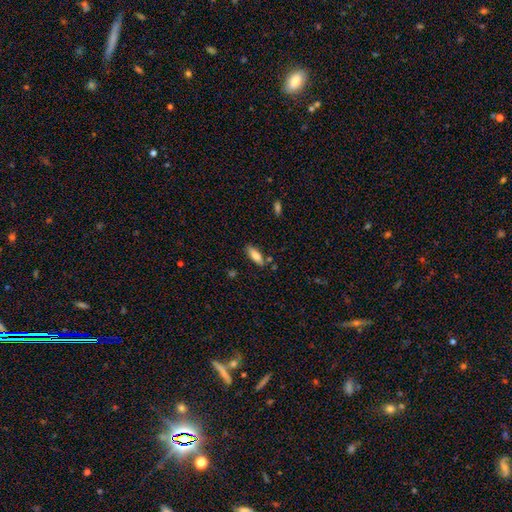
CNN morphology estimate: A smooth galaxy with no disk features (79%) that is in between round and cigar-shaped (64%).

Vote fractions:
- Smooth or featured? smooth: 79% / featured or disk: 15% / star or artifact: 7%
- How rounded? in between: 64% / cigar-shaped: 34% / round: 2%
- Merging? none: 80% / minor disturbance: 13% / merger: 4% / major disturbance: 3%